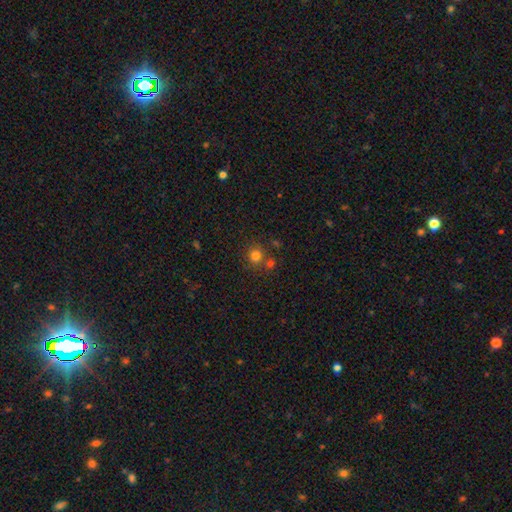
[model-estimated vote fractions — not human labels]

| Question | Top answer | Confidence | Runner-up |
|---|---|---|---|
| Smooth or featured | smooth | 78% | star or artifact (16%) |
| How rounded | round | 89% | in between (10%) |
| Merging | none | 70% | merger (18%) |